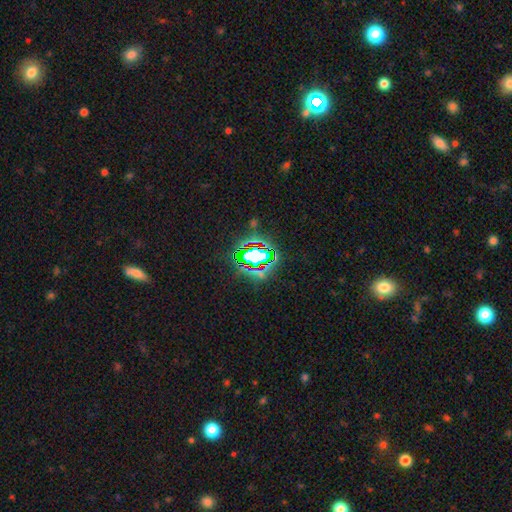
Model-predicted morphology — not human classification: Smooth or featured? star or artifact (63%)